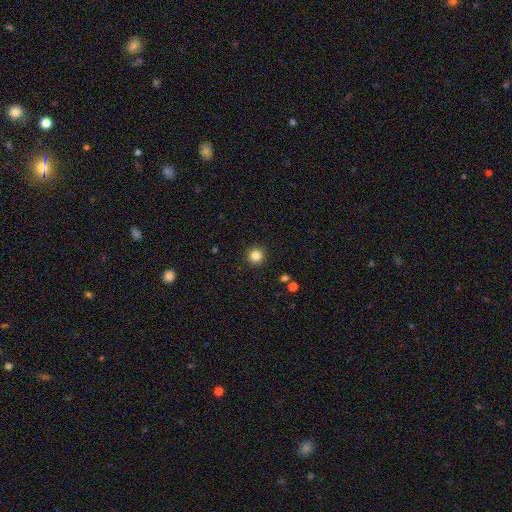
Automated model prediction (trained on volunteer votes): Q: Smooth or featured?
A: smooth (84%); runner-up: star or artifact (12%)
Q: How rounded?
A: round (96%); runner-up: in between (4%)
Q: Merging?
A: none (92%); runner-up: minor disturbance (5%)